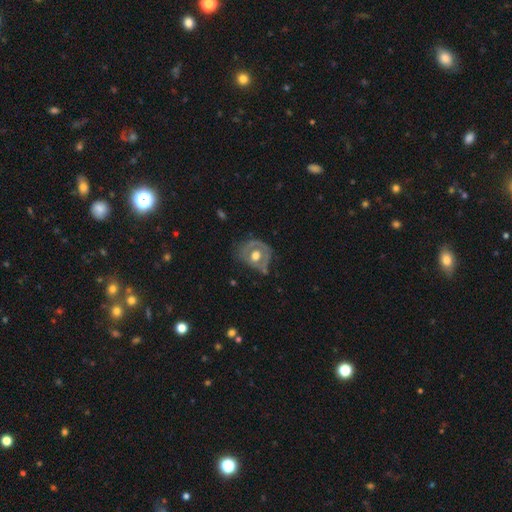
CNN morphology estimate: Smooth or featured?
  - featured or disk: 57% *
  - smooth: 37%
  - star or artifact: 6%
Edge-on disk?
  - no: 94% *
  - yes: 6%
Bar?
  - no: 82% *
  - weak: 15%
  - strong: 4%
Spiral arms?
  - no: 71% *
  - yes: 29%
Bulge size?
  - moderate: 57% *
  - large: 36%
  - small: 4%
  - dominant: 2%
  - none: 1%
Merging?
  - none: 52% *
  - minor disturbance: 28%
  - major disturbance: 17%
  - merger: 4%